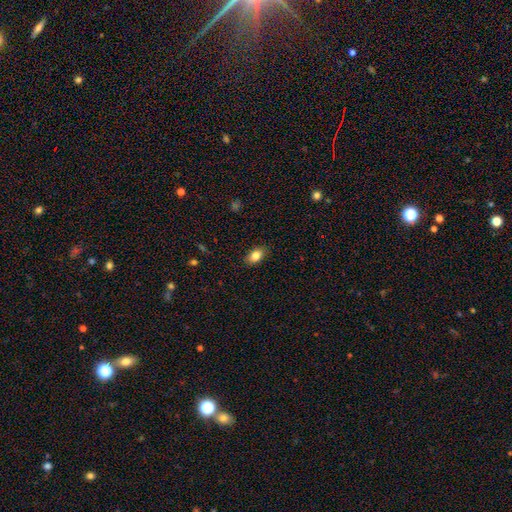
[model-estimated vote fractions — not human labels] Smooth or featured: smooth — 84% (star or artifact — 8%)
How rounded: in between — 87% (round — 11%)
Merging: none — 87% (minor disturbance — 10%)